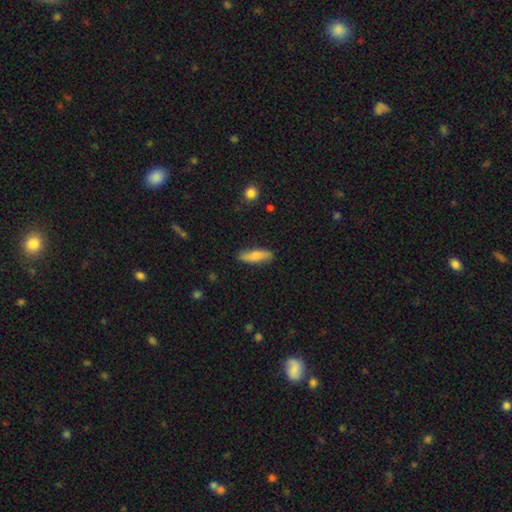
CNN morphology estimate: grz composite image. It shows a smooth galaxy with no disk features (72%) that is cigar-shaped (58%). Merging: none (85%).